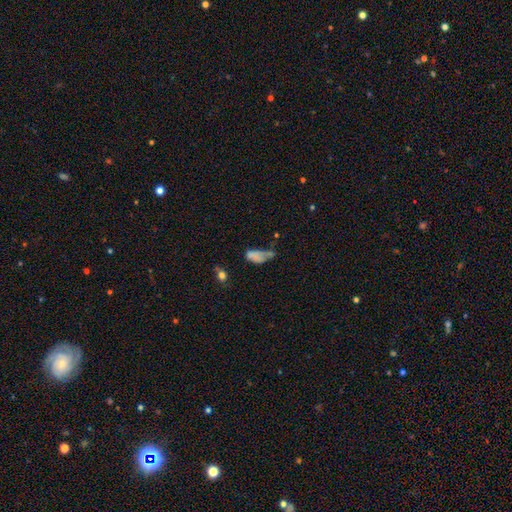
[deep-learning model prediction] Q: Smooth or featured?
A: smooth (61%); runner-up: featured or disk (24%)
Q: How rounded?
A: in between (81%); runner-up: cigar-shaped (14%)
Q: Merging?
A: major disturbance (36%); runner-up: minor disturbance (23%)